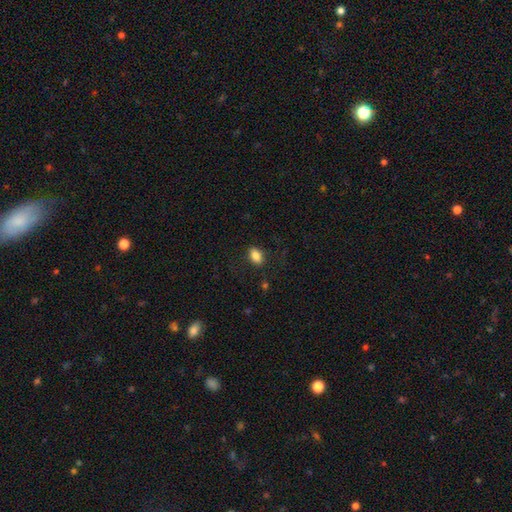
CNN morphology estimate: smooth-or-featured: smooth: 85% | star or artifact: 9% | featured or disk: 6%
  how-rounded: in between: 87% | round: 11% | cigar-shaped: 2%
  merging: none: 85% | minor disturbance: 11% | major disturbance: 3% | merger: 1%